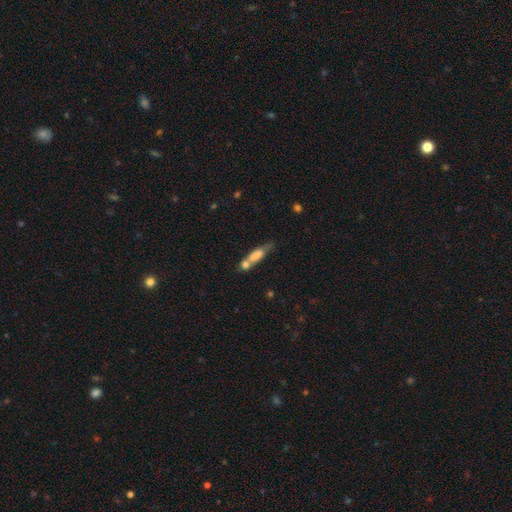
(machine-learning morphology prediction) A smooth galaxy with no disk features (63%) that is cigar-shaped (57%).

Vote fractions:
- Smooth or featured? smooth: 63% / featured or disk: 28% / star or artifact: 9%
- How rounded? cigar-shaped: 57% / in between: 39% / round: 4%
- Merging? merger: 44% / none: 33% / minor disturbance: 15% / major disturbance: 8%